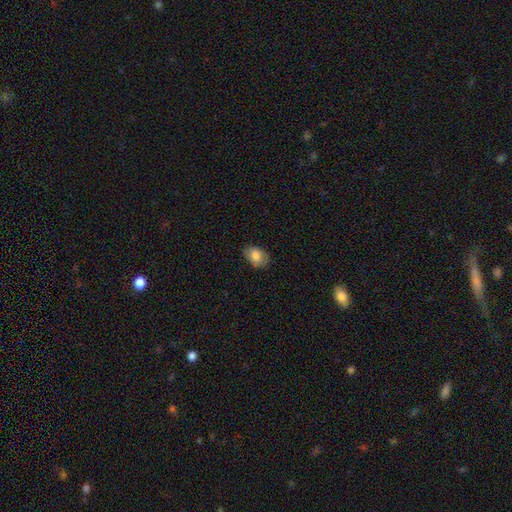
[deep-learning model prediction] Morphology: type=smooth (79%); roundness=in between (80%); merging=none (75%).